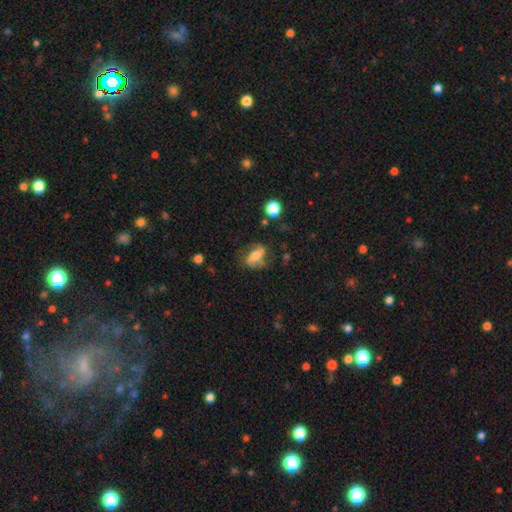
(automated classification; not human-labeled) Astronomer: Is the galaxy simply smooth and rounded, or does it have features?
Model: featured or disk — 51% (runner-up: smooth, 40%).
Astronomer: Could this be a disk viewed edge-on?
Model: no — 86%.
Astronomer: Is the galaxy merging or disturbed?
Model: none — 60%.